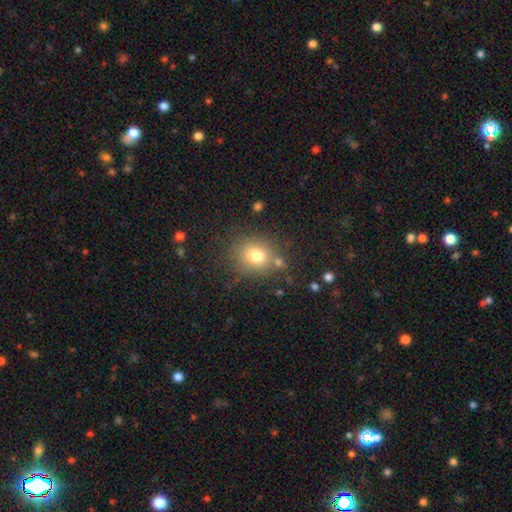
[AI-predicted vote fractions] The model was most divided on "how rounded": round: 74%, in between: 25%, cigar-shaped: 1%. More confident: smooth or featured — smooth (76%); merging — none (73%).